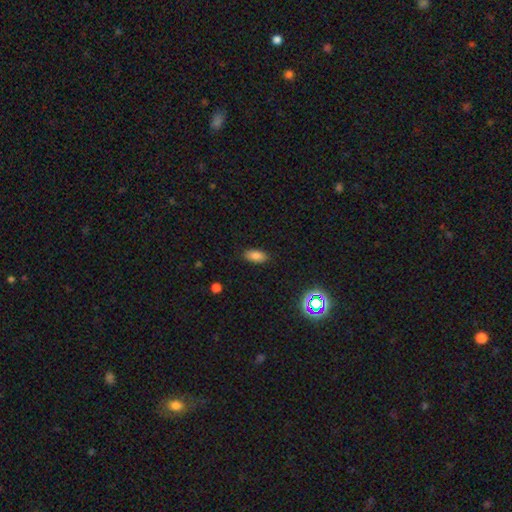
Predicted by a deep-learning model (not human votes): A smooth galaxy with no disk features (83%) that is in between round and cigar-shaped (91%). Merging: none (87%).